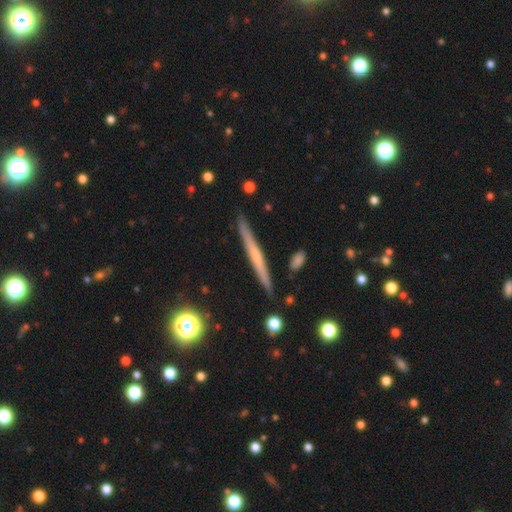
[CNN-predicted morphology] Smooth or featured: featured or disk — 57% (smooth — 36%)
Edge-on disk: yes — 97% (no — 3%)
Edge-on bulge: none — 61% (rounded — 34%)
Merging: none — 90% (minor disturbance — 7%)